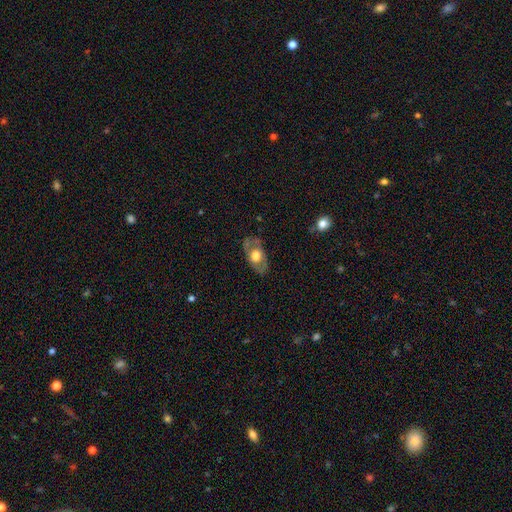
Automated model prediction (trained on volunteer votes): The model was most divided on "smooth or featured": featured or disk: 49%, smooth: 45%, star or artifact: 6%. More confident: merging — none (77%).